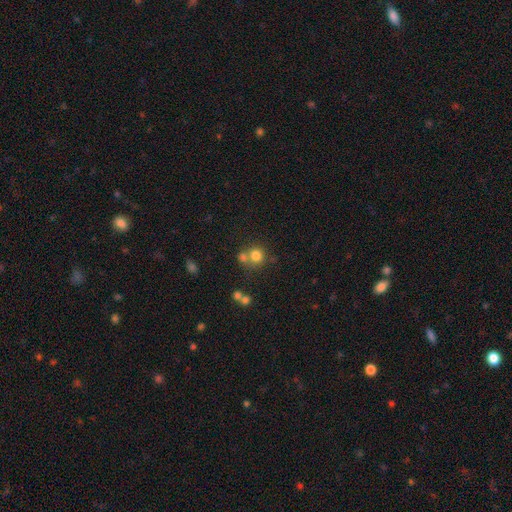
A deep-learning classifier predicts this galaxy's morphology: smooth 76%, star or artifact 14%, featured or disk 10%. Down the decision tree: how rounded — round (87%); merging — none (52%).